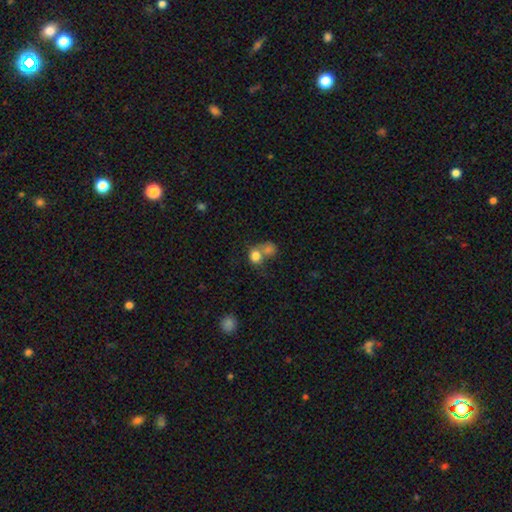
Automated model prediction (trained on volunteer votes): Smooth or featured?
  - smooth: 79% *
  - featured or disk: 11%
  - star or artifact: 10%
How rounded?
  - round: 68% *
  - in between: 31%
  - cigar-shaped: 1%
Merging?
  - merger: 58% *
  - none: 27%
  - minor disturbance: 8%
  - major disturbance: 6%